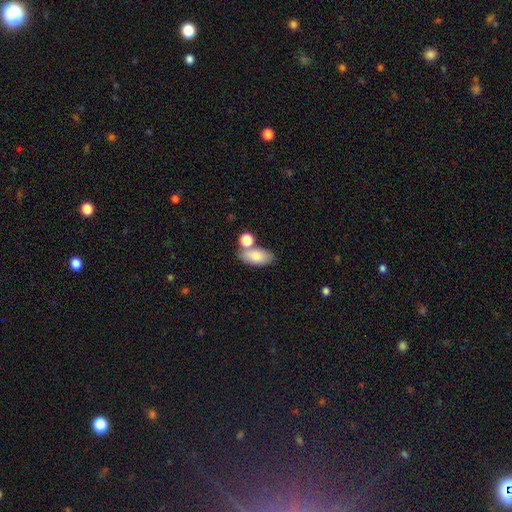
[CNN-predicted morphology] This appears to be a smooth galaxy with no disk features (80%) that is in between round and cigar-shaped (89%). Merging: none (58%).